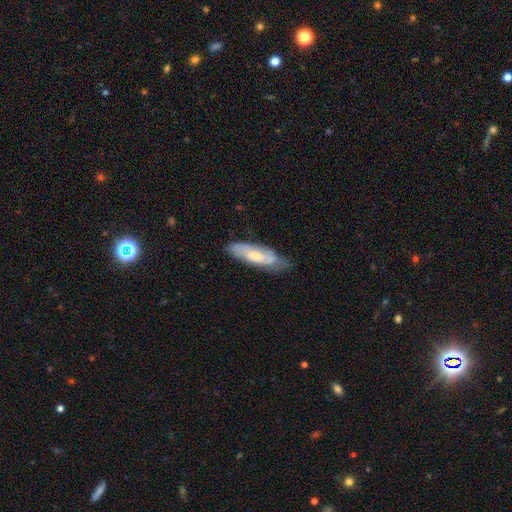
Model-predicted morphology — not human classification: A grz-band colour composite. It shows a featured or disk galaxy (49%). Merging: none (64%).